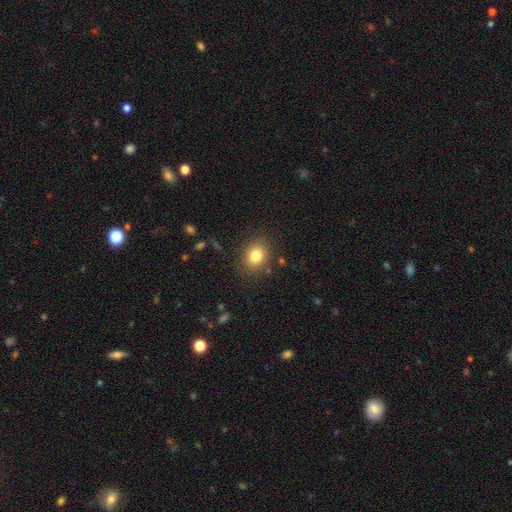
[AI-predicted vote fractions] Q: Smooth or featured?
A: smooth (81%); runner-up: star or artifact (11%)
Q: How rounded?
A: round (57%); runner-up: in between (42%)
Q: Merging?
A: none (84%); runner-up: minor disturbance (10%)